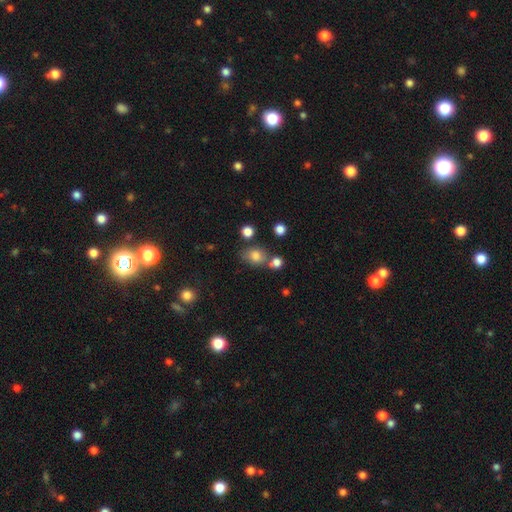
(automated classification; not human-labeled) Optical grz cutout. It shows a smooth galaxy with no disk features (78%) that is in between round and cigar-shaped (54%). Merging: none (58%).